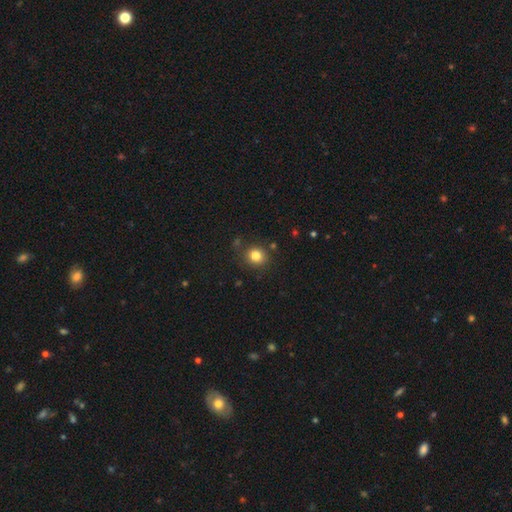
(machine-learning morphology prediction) smooth 81%, star or artifact 12%, featured or disk 7%. Down the decision tree: how rounded — round (80%); merging — none (84%).